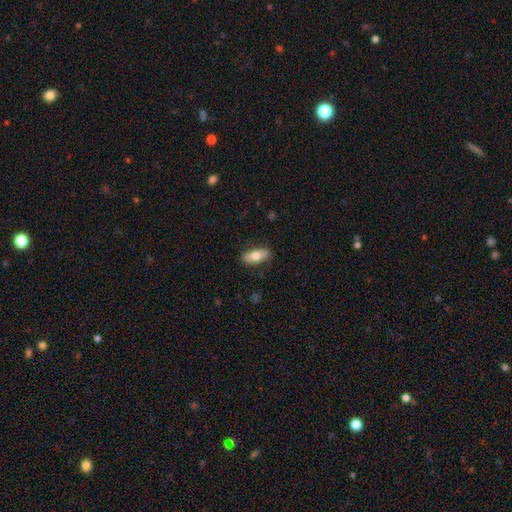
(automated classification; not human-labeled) The model was most divided on "smooth or featured": smooth: 69%, featured or disk: 25%, star or artifact: 6%. More confident: merging — none (85%); how rounded — in between (81%).